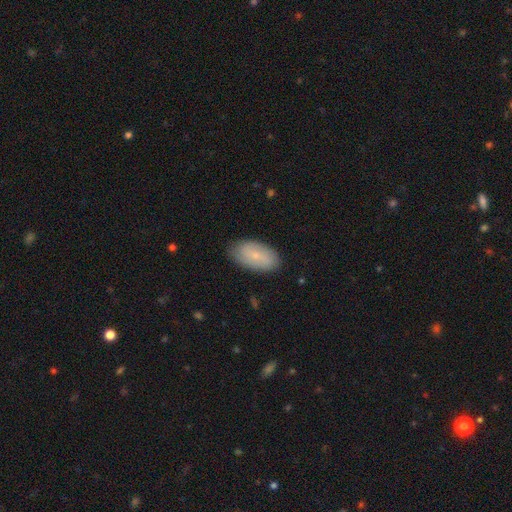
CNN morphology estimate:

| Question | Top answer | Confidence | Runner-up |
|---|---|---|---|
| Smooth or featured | smooth | 61% | featured or disk (32%) |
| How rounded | in between | 93% | round (4%) |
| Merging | none | 82% | minor disturbance (14%) |